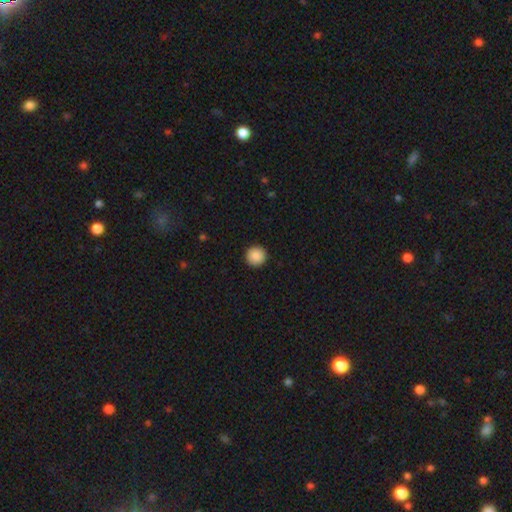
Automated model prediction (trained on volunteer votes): The model was most divided on "smooth or featured": smooth: 89%, star or artifact: 8%, featured or disk: 3%. More confident: how rounded — round (95%); merging — none (93%).